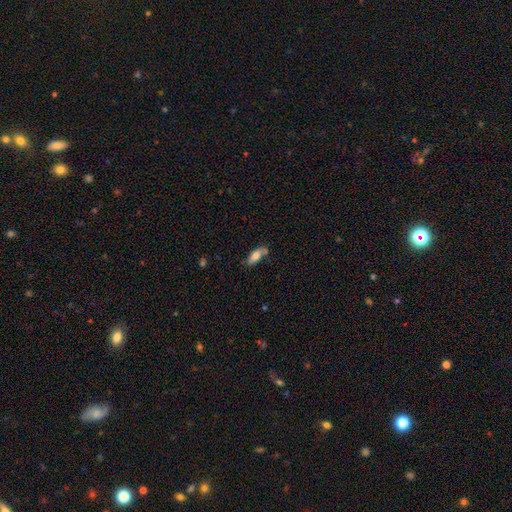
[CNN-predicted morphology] smooth_or_featured: smooth (p=0.73) [alt: featured or disk p=0.20]
how_rounded: in between (p=0.79) [alt: cigar-shaped p=0.18]
merging: none (p=0.65) [alt: minor disturbance p=0.22]